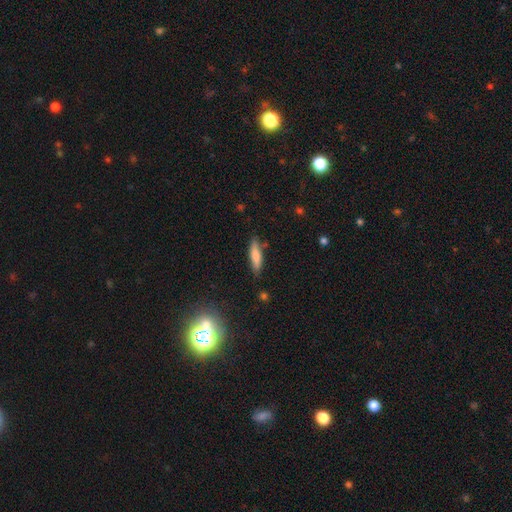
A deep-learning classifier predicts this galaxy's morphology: The model was most divided on "how rounded": cigar-shaped: 70%, in between: 28%, round: 2%. More confident: merging — none (81%); smooth or featured — smooth (76%).